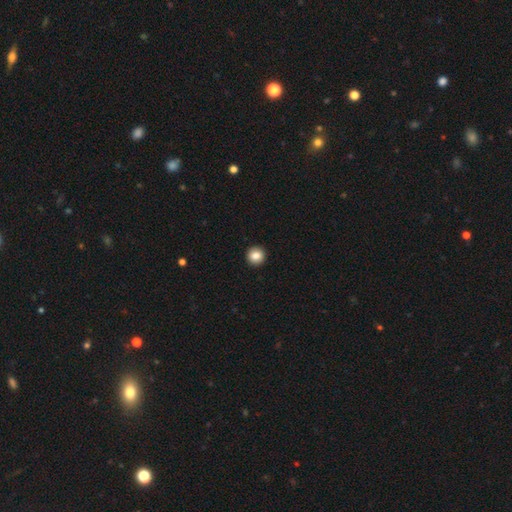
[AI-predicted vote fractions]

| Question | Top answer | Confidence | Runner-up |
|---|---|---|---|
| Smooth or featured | smooth | 86% | star or artifact (9%) |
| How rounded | round | 95% | in between (4%) |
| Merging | none | 94% | minor disturbance (4%) |